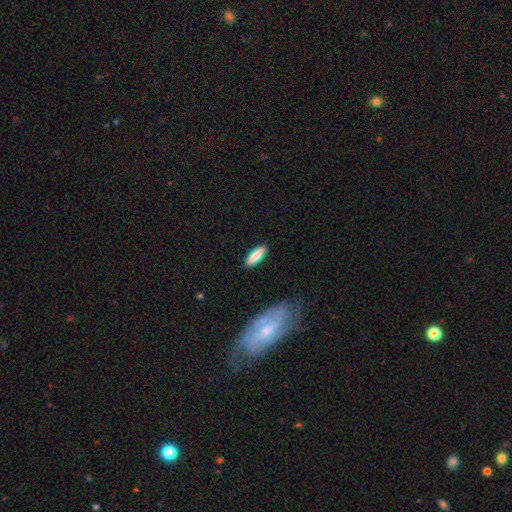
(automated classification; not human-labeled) Q: Smooth or featured?
A: smooth (81%); runner-up: featured or disk (13%)
Q: How rounded?
A: in between (56%); runner-up: cigar-shaped (43%)
Q: Merging?
A: none (88%); runner-up: minor disturbance (9%)